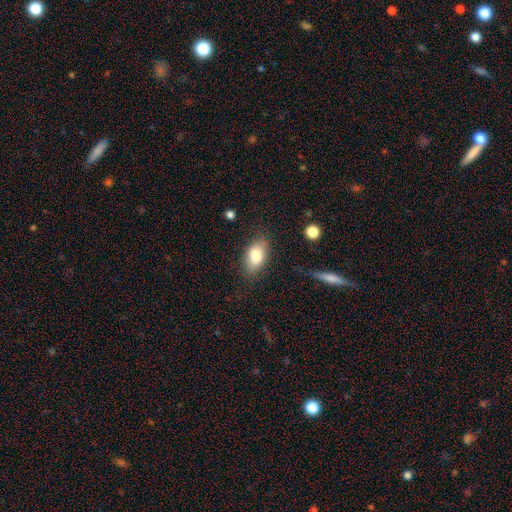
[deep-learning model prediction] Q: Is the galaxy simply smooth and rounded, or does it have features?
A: smooth — 82%.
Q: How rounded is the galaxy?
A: in between — 91%.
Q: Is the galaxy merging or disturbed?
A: none — 76%.